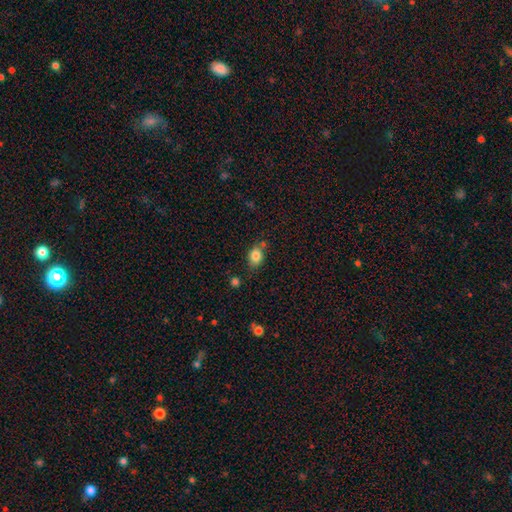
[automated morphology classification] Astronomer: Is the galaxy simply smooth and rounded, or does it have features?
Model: smooth — 83%.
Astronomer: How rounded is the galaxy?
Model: in between — 66%.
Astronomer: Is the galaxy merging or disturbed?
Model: none — 67%.